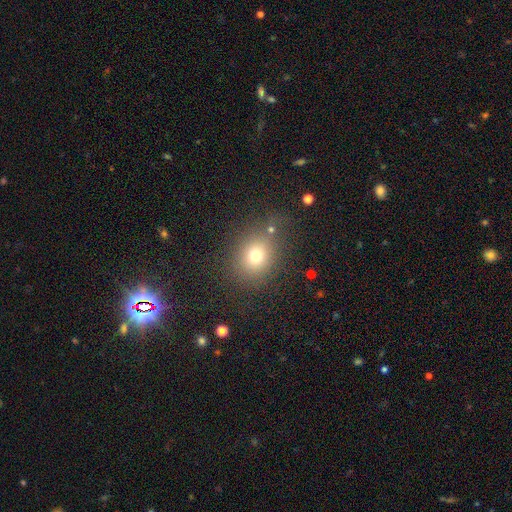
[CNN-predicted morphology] Q: Smooth or featured?
A: smooth (72%); runner-up: star or artifact (17%)
Q: How rounded?
A: round (68%); runner-up: in between (31%)
Q: Merging?
A: none (75%); runner-up: minor disturbance (13%)